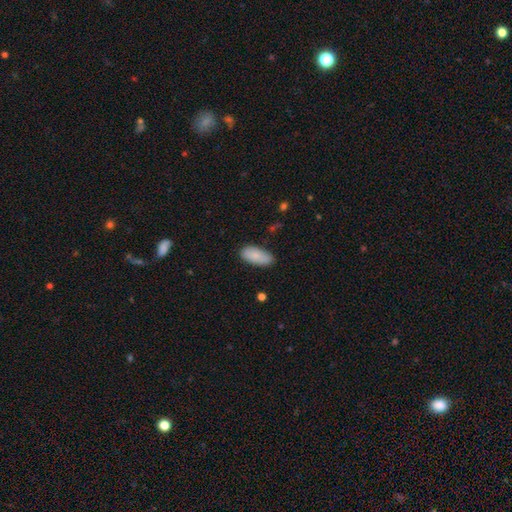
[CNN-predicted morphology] smooth 84%, featured or disk 10%, star or artifact 6%. Down the decision tree: how rounded — in between (87%); merging — none (83%).